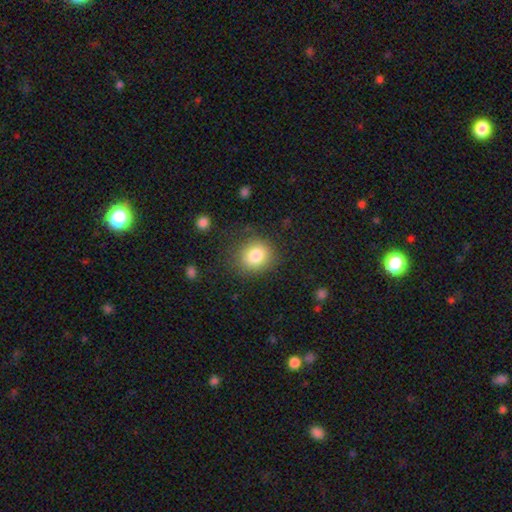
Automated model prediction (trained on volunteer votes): Smooth or featured? Predicted: smooth (p=0.83). How rounded? Predicted: round (p=0.75). Merging? Predicted: none (p=0.81).